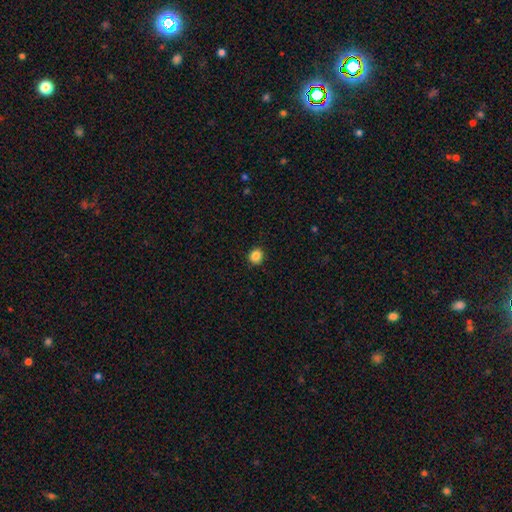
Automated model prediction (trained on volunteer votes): smooth_or_featured: smooth (p=0.86) [alt: star or artifact p=0.11]
how_rounded: round (p=0.87) [alt: in between p=0.12]
merging: none (p=0.91) [alt: minor disturbance p=0.06]